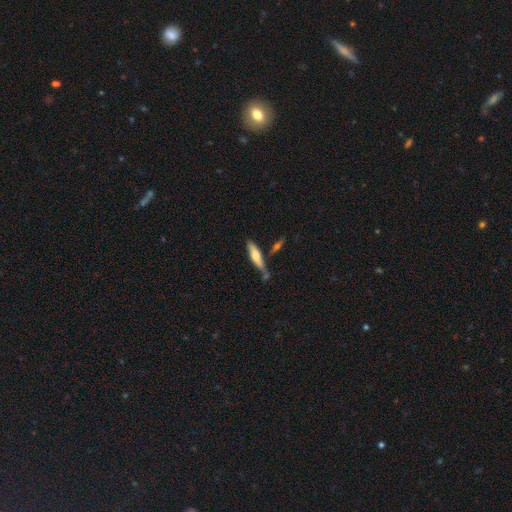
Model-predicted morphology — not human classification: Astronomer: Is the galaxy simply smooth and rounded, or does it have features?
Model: smooth — 57% (runner-up: featured or disk, 37%).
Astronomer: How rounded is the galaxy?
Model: cigar-shaped — 75%.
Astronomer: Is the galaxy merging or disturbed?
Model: none — 61%.